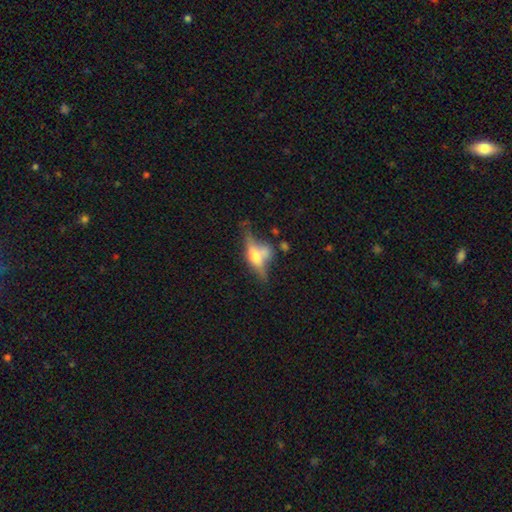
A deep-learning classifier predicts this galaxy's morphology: smooth_or_featured: featured or disk (p=0.56) [alt: smooth p=0.35]
disk_edge_on: yes (p=0.78) [alt: no p=0.22]
merging: none (p=0.44) [alt: merger p=0.20]